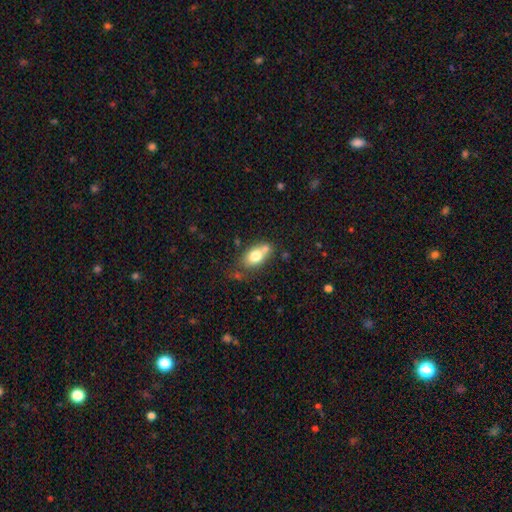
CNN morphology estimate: Smooth or featured: smooth — 74% (featured or disk — 18%)
How rounded: in between — 82% (round — 14%)
Merging: none — 48% (merger — 26%)